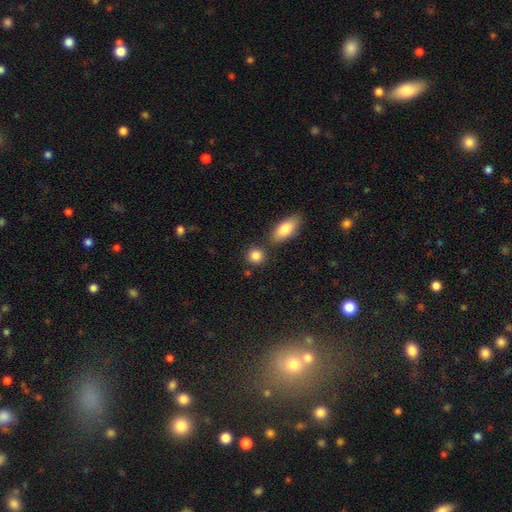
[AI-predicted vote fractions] Smooth or featured? Predicted: smooth (p=0.86). How rounded? Predicted: round (p=0.80). Merging? Predicted: none (p=0.74).